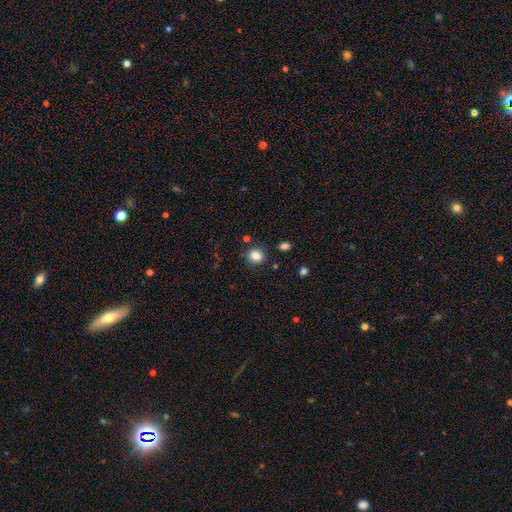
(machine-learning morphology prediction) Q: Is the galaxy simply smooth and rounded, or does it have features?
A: smooth — 83%.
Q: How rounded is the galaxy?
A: round — 53%.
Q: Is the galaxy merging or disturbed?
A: none — 79%.